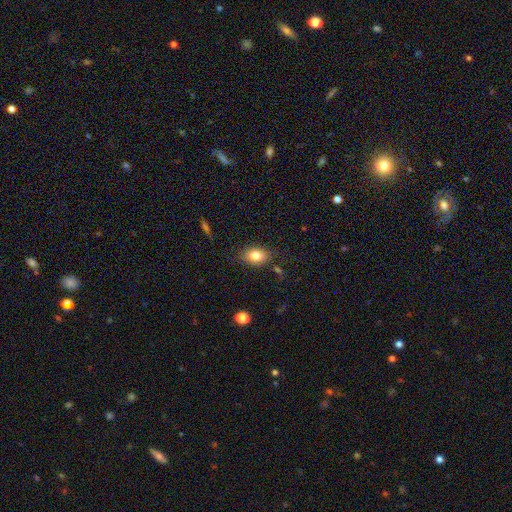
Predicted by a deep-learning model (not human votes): smooth-or-featured: smooth: 82% | featured or disk: 9% | star or artifact: 9%
  how-rounded: in between: 82% | round: 17% | cigar-shaped: 1%
  merging: none: 82% | minor disturbance: 13% | major disturbance: 3% | merger: 2%